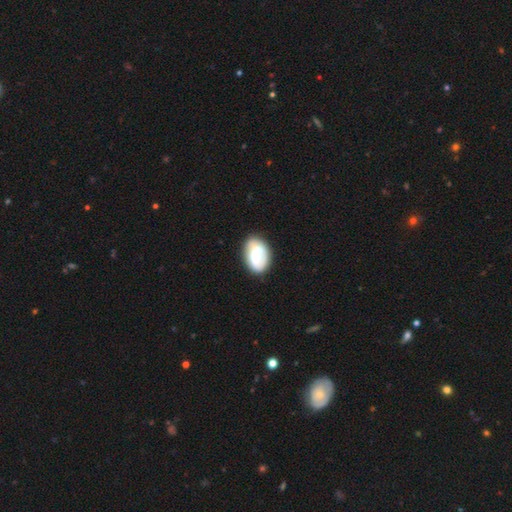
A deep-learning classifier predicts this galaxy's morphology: A featured or disk galaxy (48%). Merging: none (77%).